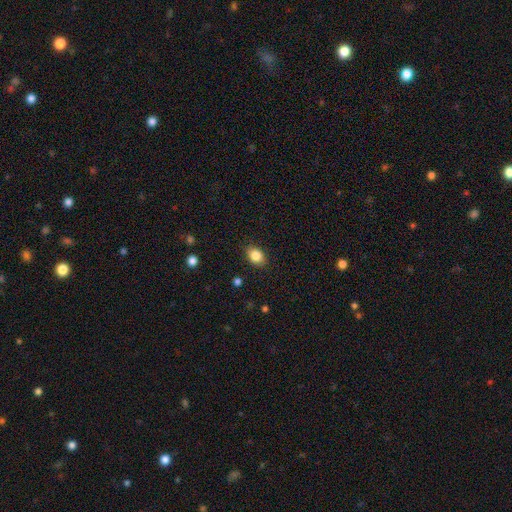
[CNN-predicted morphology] Q: Smooth or featured?
A: smooth (84%); runner-up: star or artifact (9%)
Q: How rounded?
A: in between (67%); runner-up: round (32%)
Q: Merging?
A: none (86%); runner-up: minor disturbance (10%)